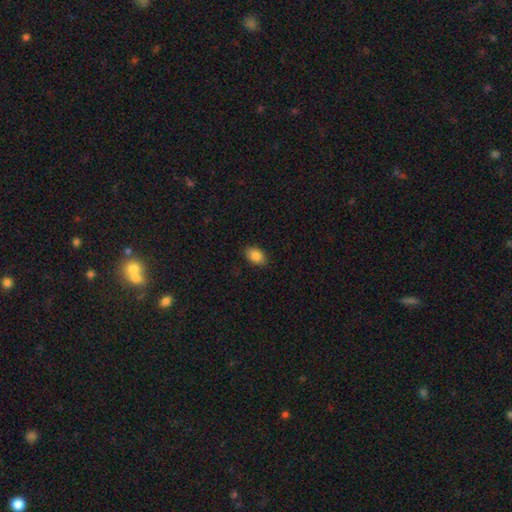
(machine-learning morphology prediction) Smooth or featured? Predicted: smooth (p=0.86). How rounded? Predicted: in between (p=0.87). Merging? Predicted: none (p=0.87).